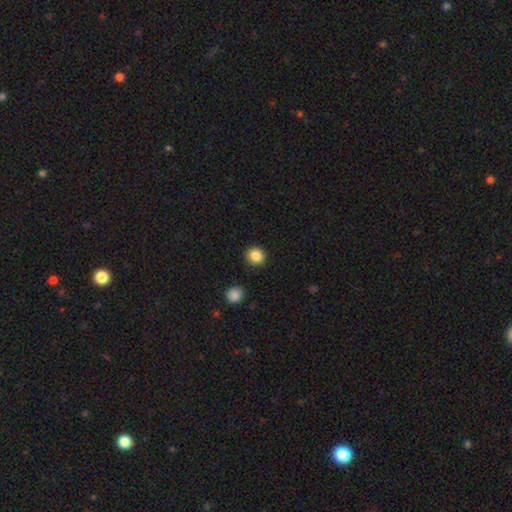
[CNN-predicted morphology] smooth 87%, star or artifact 10%, featured or disk 4%. Down the decision tree: how rounded — round (91%); merging — none (91%).